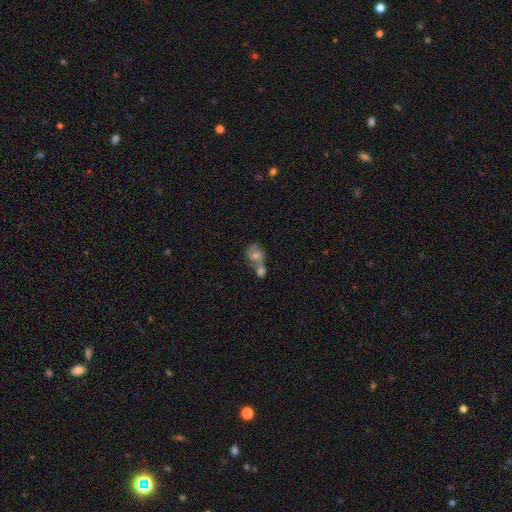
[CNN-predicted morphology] A featured or disk galaxy (49%).

Vote fractions:
- Smooth or featured? featured or disk: 49% / smooth: 37% / star or artifact: 14%
- Merging? merger: 51% / none: 32% / minor disturbance: 11% / major disturbance: 6%